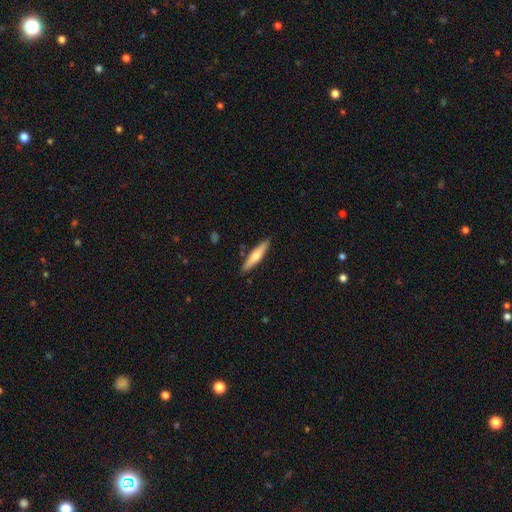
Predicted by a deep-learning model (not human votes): Smooth or featured?
  - smooth: 56% *
  - featured or disk: 39%
  - star or artifact: 5%
How rounded?
  - cigar-shaped: 84% *
  - in between: 14%
  - round: 2%
Merging?
  - none: 88% *
  - minor disturbance: 8%
  - merger: 2%
  - major disturbance: 2%